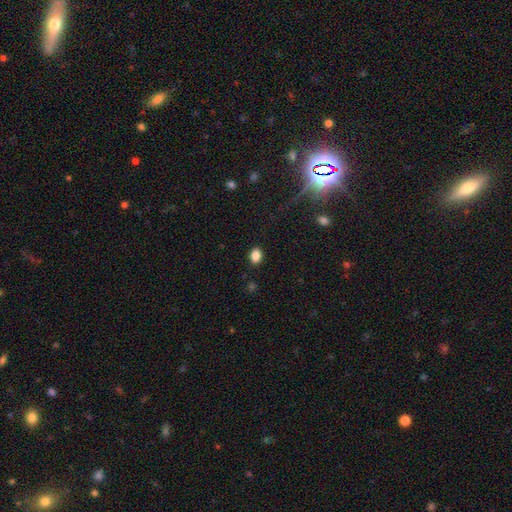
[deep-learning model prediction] Morphology: type=smooth (86%); roundness=in between (71%); merging=none (88%).